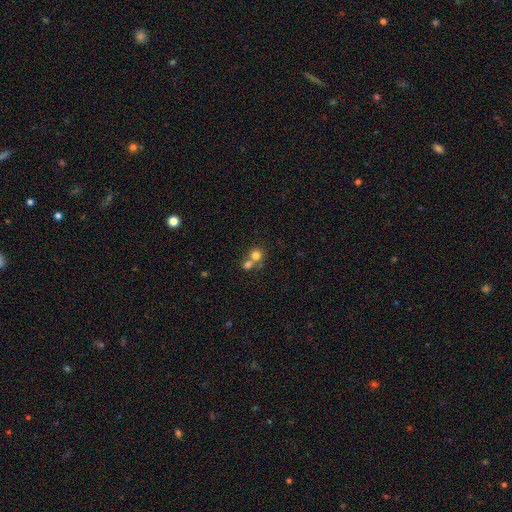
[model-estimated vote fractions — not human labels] The model was most divided on "merging": merger: 50%, none: 42%, minor disturbance: 5%, major disturbance: 3%. More confident: how rounded — round (88%); smooth or featured — smooth (76%).